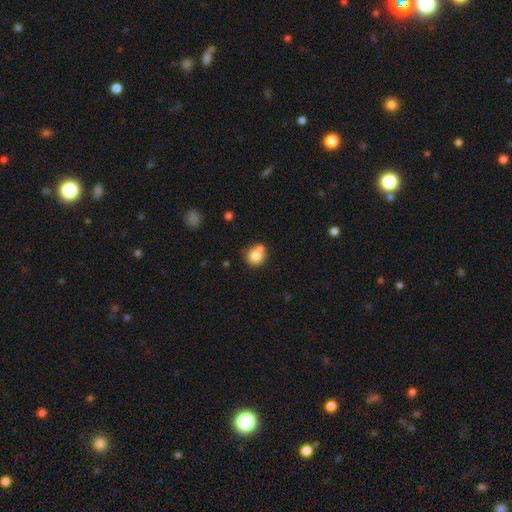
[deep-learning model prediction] A smooth galaxy with no disk features (77%) that is round (88%).

Vote fractions:
- Smooth or featured? smooth: 77% / featured or disk: 13% / star or artifact: 10%
- How rounded? round: 88% / in between: 11% / cigar-shaped: 1%
- Merging? none: 58% / merger: 29% / minor disturbance: 10% / major disturbance: 3%